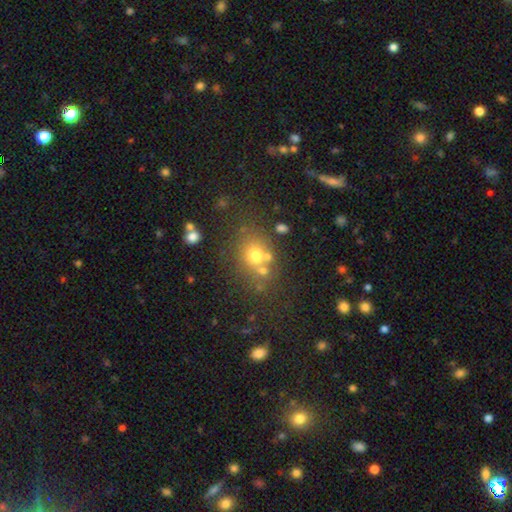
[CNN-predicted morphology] A smooth galaxy with no disk features (65%) that is round (70%). Merging: none (60%).